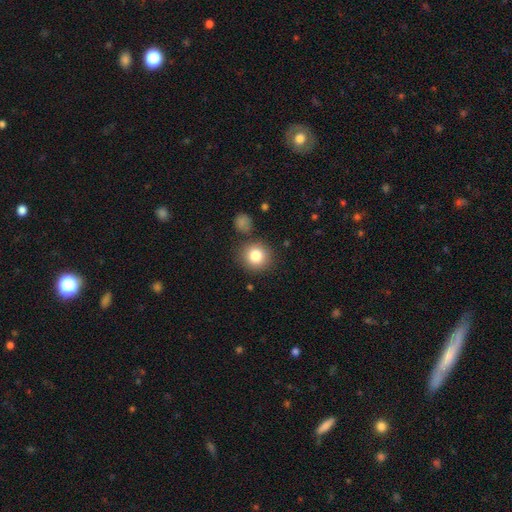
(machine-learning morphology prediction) Overall: smooth (82%). How rounded: round (90%). Merging: none (81%).